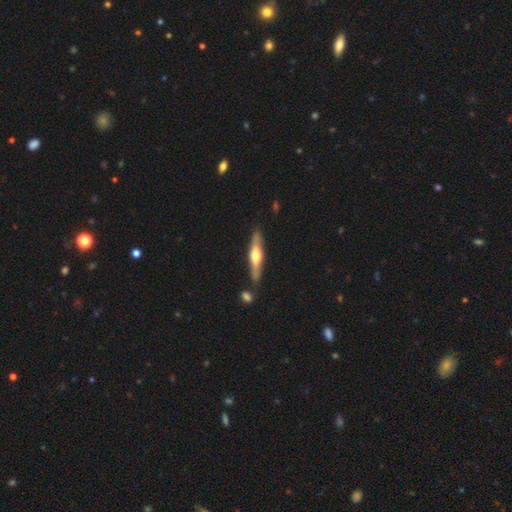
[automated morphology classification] A featured or disk galaxy (62%) viewed edge-on (93%) with a rounded central bulge (87%). Merging: none (81%).